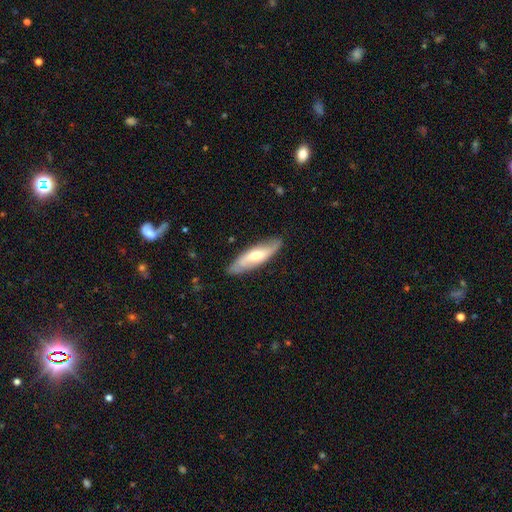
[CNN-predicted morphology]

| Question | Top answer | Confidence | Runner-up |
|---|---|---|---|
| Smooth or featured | featured or disk | 51% | smooth (43%) |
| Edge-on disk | no | 64% | yes (36%) |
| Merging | none | 83% | minor disturbance (13%) |